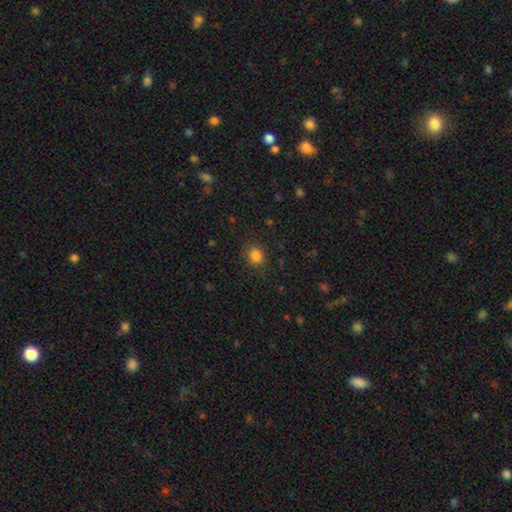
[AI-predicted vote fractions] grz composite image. It shows a smooth galaxy with no disk features (83%) that is round (60%). Merging: none (83%).